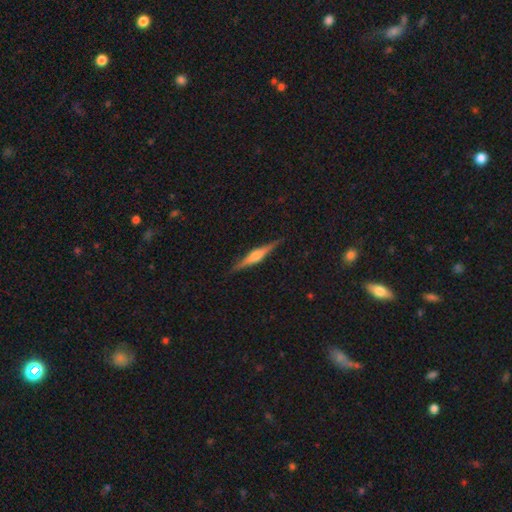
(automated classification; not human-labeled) A featured or disk galaxy (76%) viewed edge-on (98%) with a rounded central bulge (85%). Merging: none (91%).